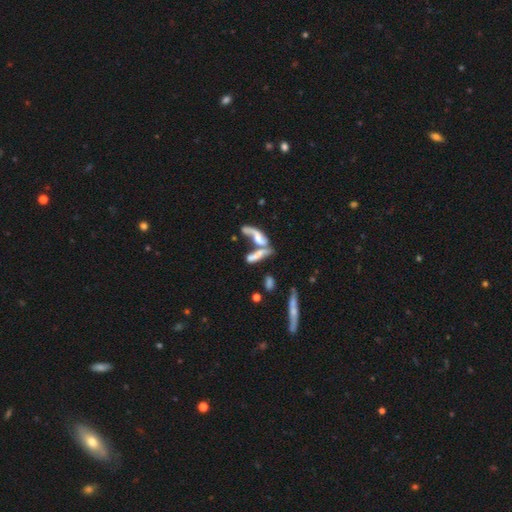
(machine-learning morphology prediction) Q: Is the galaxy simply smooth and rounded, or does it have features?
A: featured or disk — 48%.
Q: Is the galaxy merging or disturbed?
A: merger — 63%.